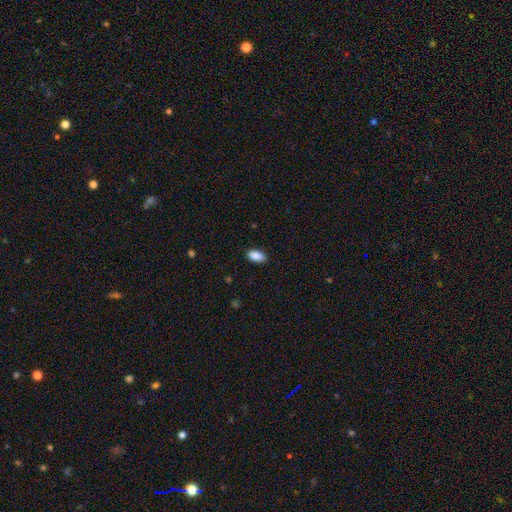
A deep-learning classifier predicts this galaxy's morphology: This appears to be a smooth galaxy with no disk features (89%) that is in between round and cigar-shaped (92%). Merging: none (88%).